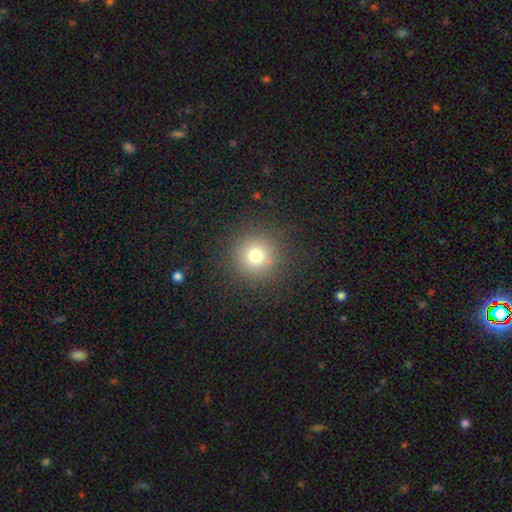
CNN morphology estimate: The model was most divided on "smooth or featured": smooth: 74%, star or artifact: 16%, featured or disk: 9%. More confident: how rounded — round (95%); merging — none (89%).